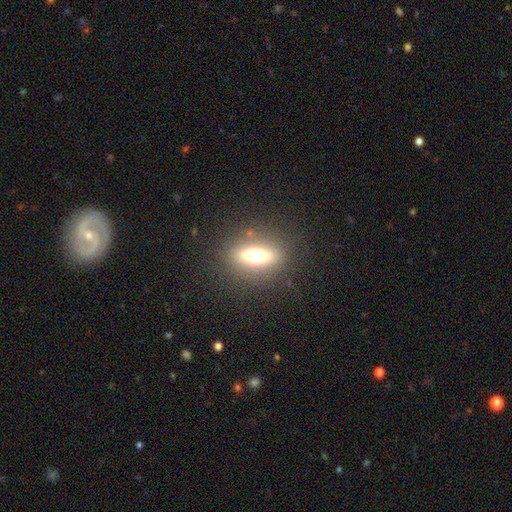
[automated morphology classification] Smooth or featured? smooth (53%)
How rounded? in between (62%)
Merging? none (84%)